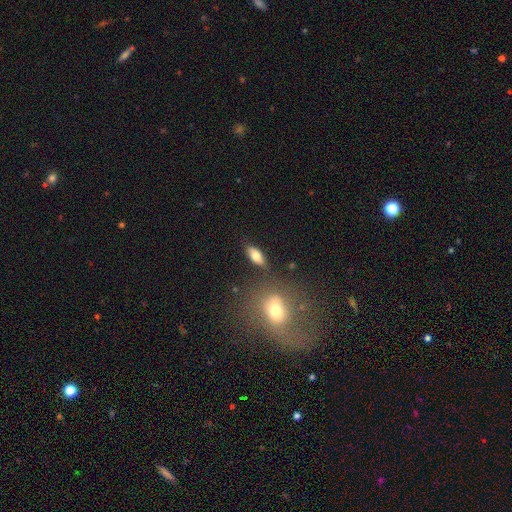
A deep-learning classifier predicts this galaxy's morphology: The model was most divided on "how rounded": in between: 80%, cigar-shaped: 17%, round: 4%. More confident: merging — none (78%); smooth or featured — smooth (78%).